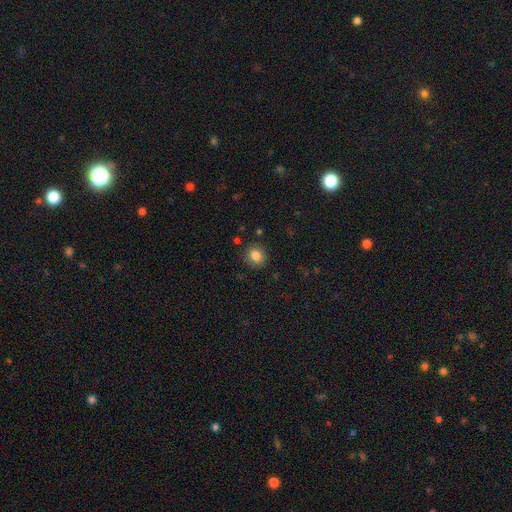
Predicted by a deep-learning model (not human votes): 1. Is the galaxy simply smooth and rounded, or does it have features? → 83% smooth, 10% star or artifact, 7% featured or disk.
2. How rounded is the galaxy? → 69% round, 30% in between, 1% cigar-shaped.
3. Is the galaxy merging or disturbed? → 83% none, 12% minor disturbance, 3% major disturbance, 2% merger.